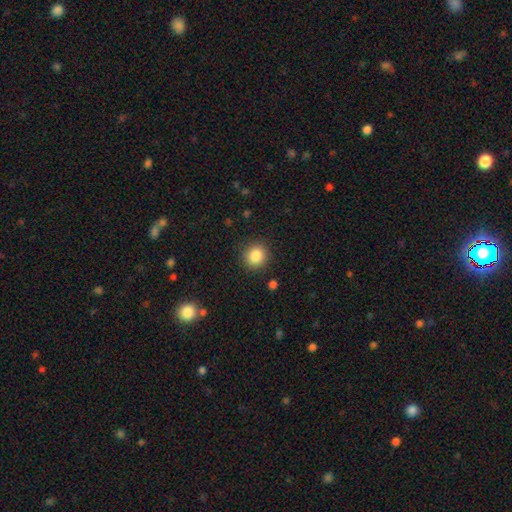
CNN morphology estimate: type=smooth (86%); roundness=round (88%); merging=none (89%).